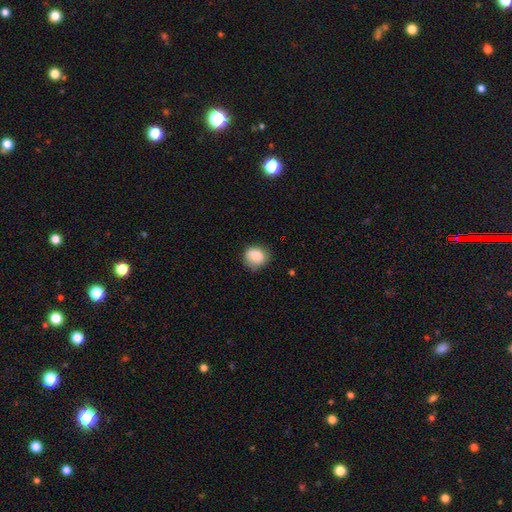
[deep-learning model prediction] Smooth or featured?
  - smooth: 84% *
  - star or artifact: 8%
  - featured or disk: 8%
How rounded?
  - round: 77% *
  - in between: 22%
  - cigar-shaped: 1%
Merging?
  - none: 71% *
  - minor disturbance: 23%
  - major disturbance: 5%
  - merger: 1%